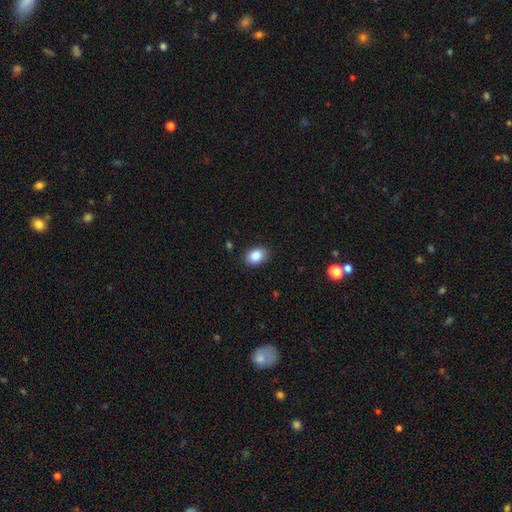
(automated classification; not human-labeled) A smooth galaxy with no disk features (88%) that is in between round and cigar-shaped (76%).

Vote fractions:
- Smooth or featured? smooth: 88% / star or artifact: 8% / featured or disk: 4%
- How rounded? in between: 76% / round: 23% / cigar-shaped: 1%
- Merging? none: 86% / minor disturbance: 10% / major disturbance: 2% / merger: 1%